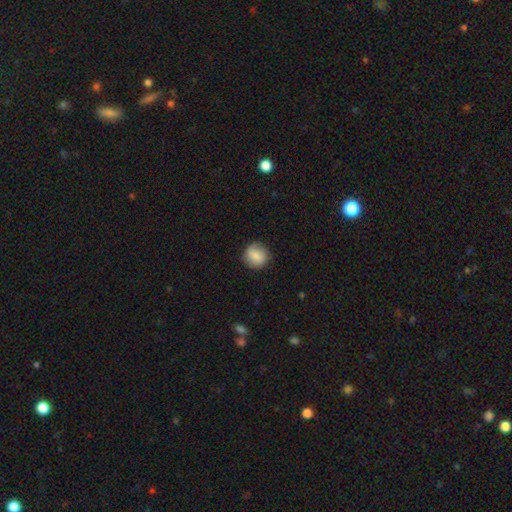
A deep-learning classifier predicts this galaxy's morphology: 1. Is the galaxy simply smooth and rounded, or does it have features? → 81% smooth, 12% featured or disk, 7% star or artifact.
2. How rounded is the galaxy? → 87% round, 12% in between, 1% cigar-shaped.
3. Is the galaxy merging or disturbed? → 84% none, 12% minor disturbance, 3% major disturbance, 1% merger.